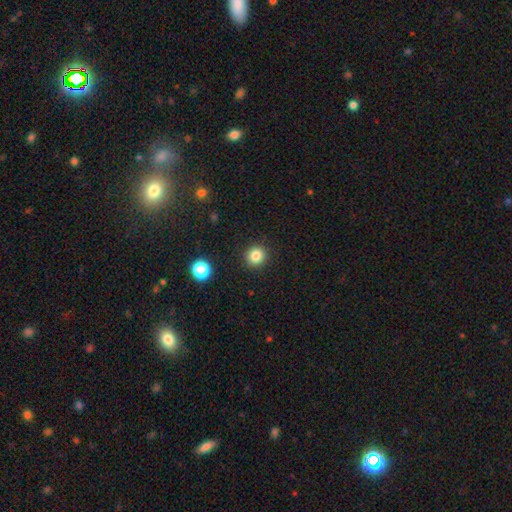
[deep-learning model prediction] Smooth or featured? Predicted: smooth (p=0.83). How rounded? Predicted: round (p=0.92). Merging? Predicted: none (p=0.91).